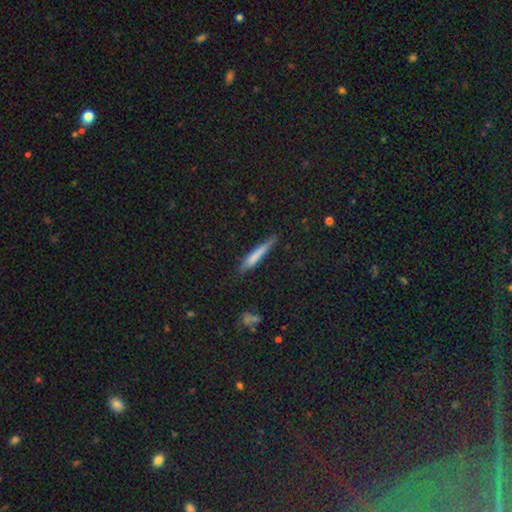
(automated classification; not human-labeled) A smooth galaxy with no disk features (68%) that is cigar-shaped (93%).

Vote fractions:
- Smooth or featured? smooth: 68% / featured or disk: 23% / star or artifact: 8%
- How rounded? cigar-shaped: 93% / in between: 5% / round: 2%
- Merging? none: 79% / minor disturbance: 16% / major disturbance: 3% / merger: 2%